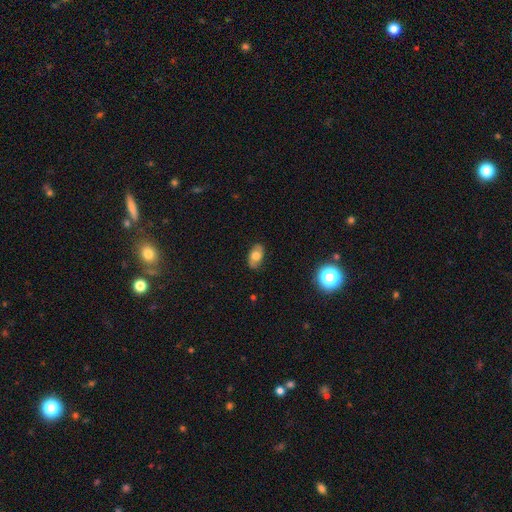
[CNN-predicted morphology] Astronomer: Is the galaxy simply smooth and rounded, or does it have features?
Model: smooth — 54% (runner-up: featured or disk, 36%).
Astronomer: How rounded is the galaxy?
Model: in between — 89%.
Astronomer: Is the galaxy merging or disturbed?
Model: none — 83%.